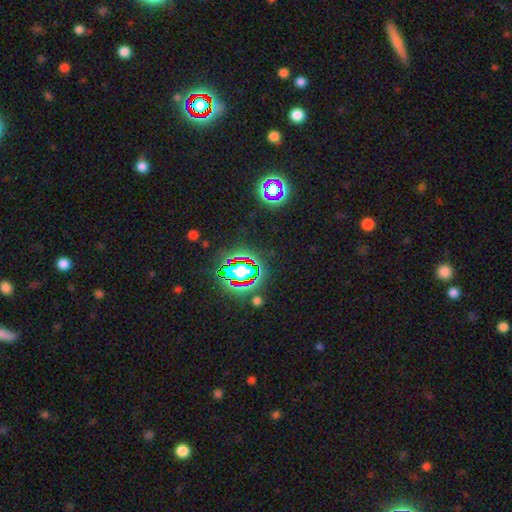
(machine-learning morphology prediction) A star or artifact, not a galaxy (78%).